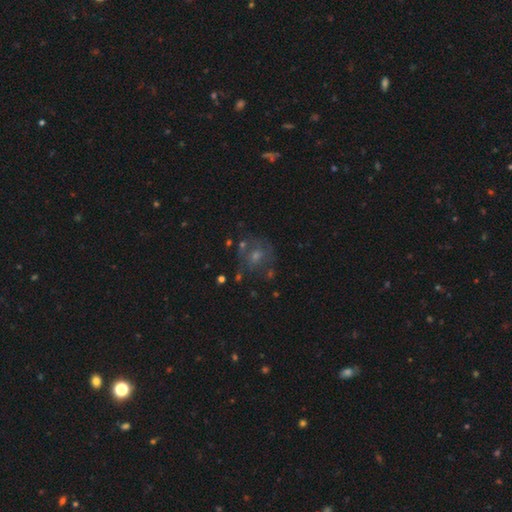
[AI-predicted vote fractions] This appears to be a featured or disk galaxy (44%). Merging: none (68%).